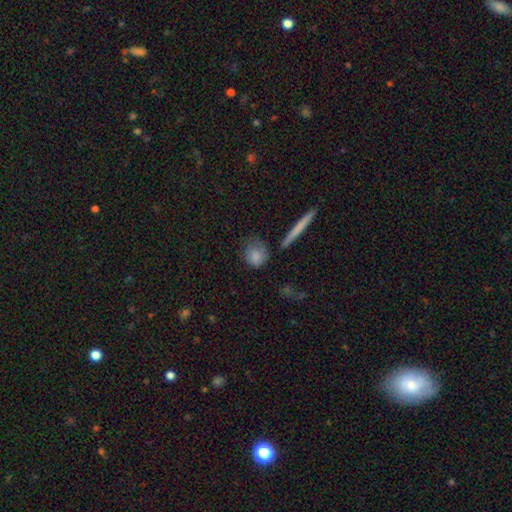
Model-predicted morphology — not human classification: Smooth or featured?
  - smooth: 82% *
  - featured or disk: 10%
  - star or artifact: 8%
How rounded?
  - round: 76% *
  - in between: 17%
  - cigar-shaped: 6%
Merging?
  - none: 68% *
  - minor disturbance: 21%
  - major disturbance: 6%
  - merger: 5%